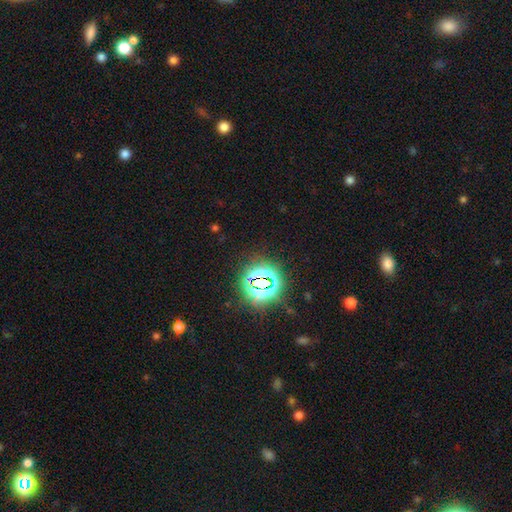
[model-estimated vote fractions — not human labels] star or artifact 80%, smooth 13%, featured or disk 7%.